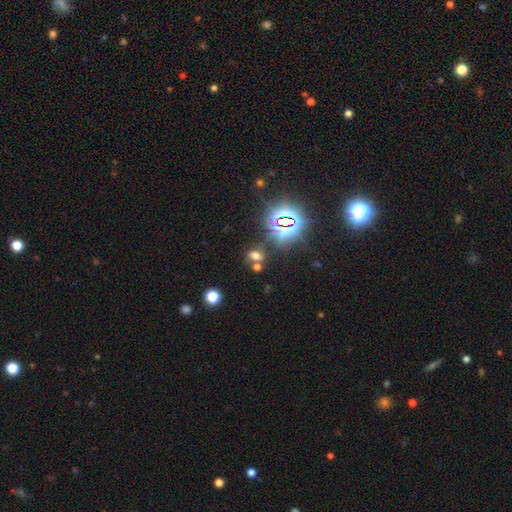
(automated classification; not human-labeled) Smooth or featured? smooth (50%)
How rounded? in between (69%)
Merging? none (57%)